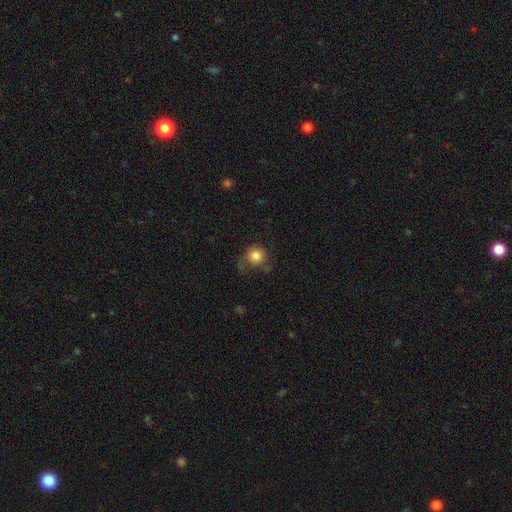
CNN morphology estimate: A smooth galaxy with no disk features (80%) that is round (87%). Merging: none (49%).